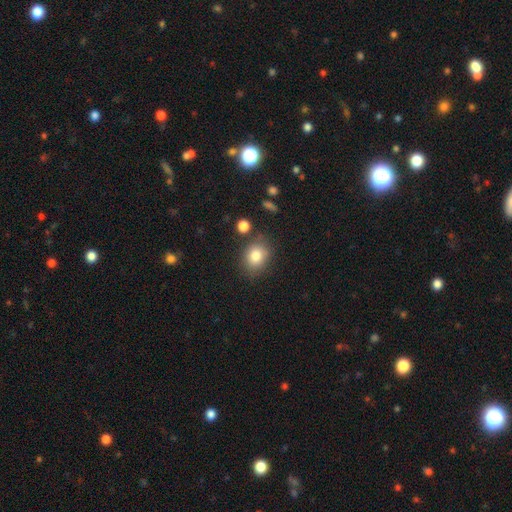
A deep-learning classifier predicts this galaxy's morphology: smooth_or_featured: smooth (p=0.82) [alt: star or artifact p=0.10]
how_rounded: round (p=0.52) [alt: in between p=0.47]
merging: none (p=0.77) [alt: minor disturbance p=0.14]